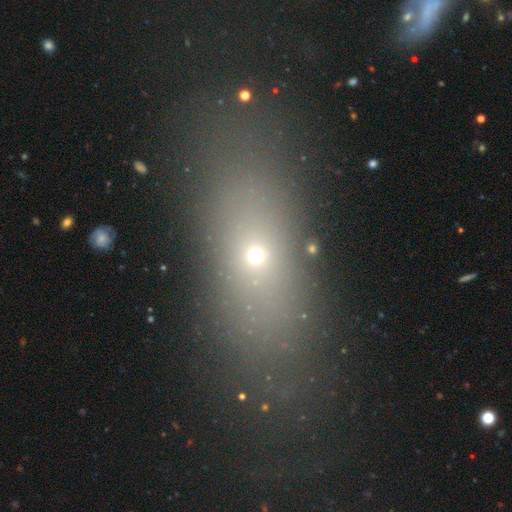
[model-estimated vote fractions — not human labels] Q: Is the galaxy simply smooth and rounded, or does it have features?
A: smooth — 58%.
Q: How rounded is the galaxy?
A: in between — 61%.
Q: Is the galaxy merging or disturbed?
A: none — 80%.